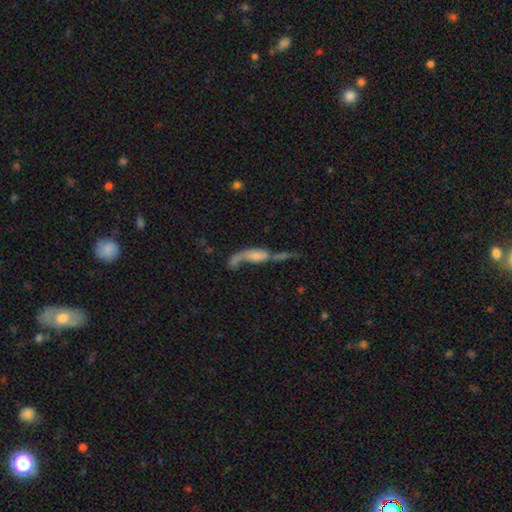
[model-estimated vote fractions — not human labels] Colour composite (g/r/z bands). It shows a featured or disk galaxy (59%). Merging: merger (34%).